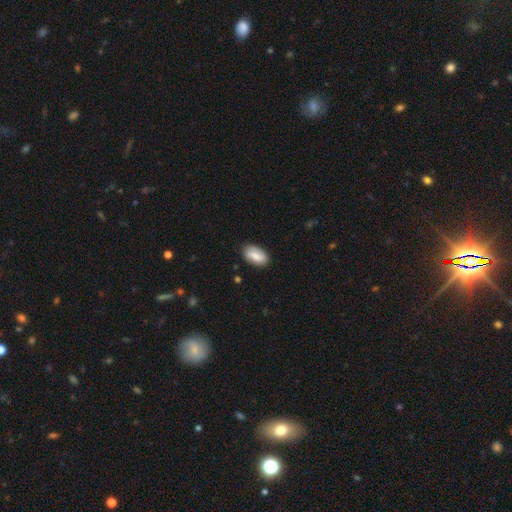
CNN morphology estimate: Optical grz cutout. It shows a smooth galaxy with no disk features (69%) that is in between round and cigar-shaped (91%). Merging: none (79%).